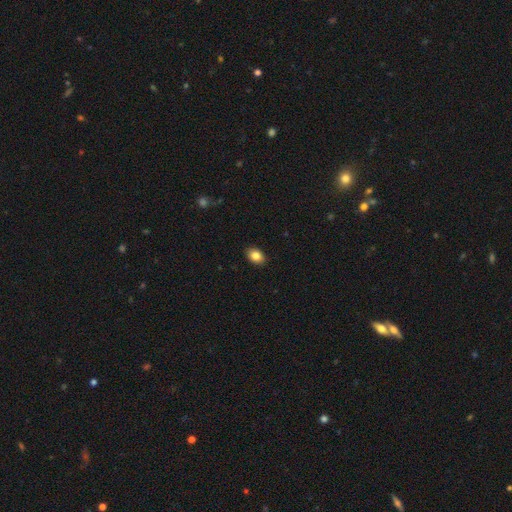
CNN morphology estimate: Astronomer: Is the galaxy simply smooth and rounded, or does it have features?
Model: smooth — 85%.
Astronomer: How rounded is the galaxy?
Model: in between — 79%.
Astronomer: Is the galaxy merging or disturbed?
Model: none — 89%.